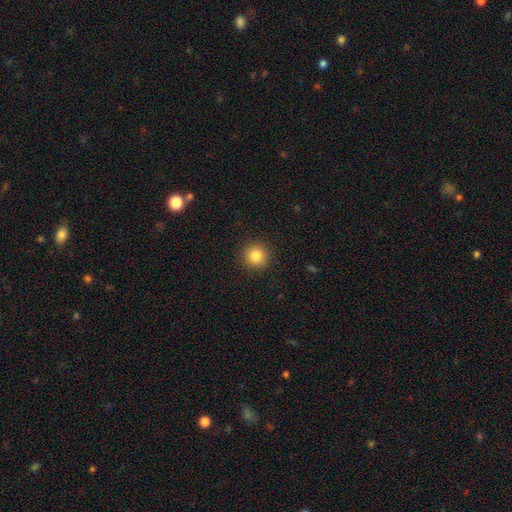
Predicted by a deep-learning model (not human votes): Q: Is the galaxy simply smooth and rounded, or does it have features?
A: smooth — 83%.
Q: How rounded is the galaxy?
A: round — 94%.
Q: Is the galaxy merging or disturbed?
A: none — 92%.